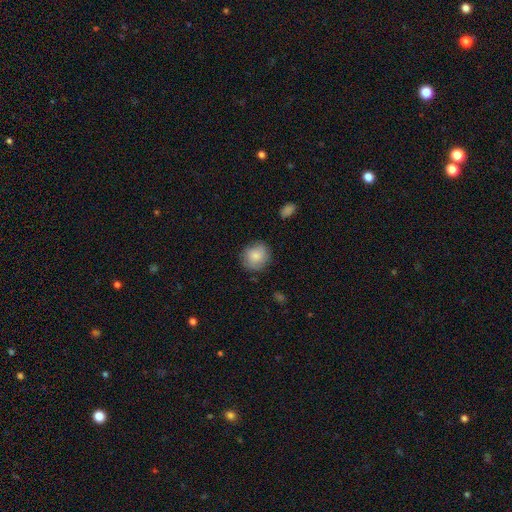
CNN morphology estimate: This appears to be a smooth galaxy with no disk features (76%) that is round (85%). Merging: none (80%).